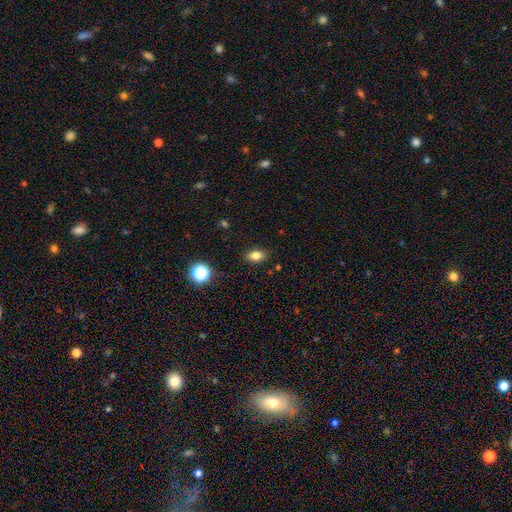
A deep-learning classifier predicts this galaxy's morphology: smooth 81%, star or artifact 11%, featured or disk 8%. Down the decision tree: how rounded — in between (83%); merging — none (87%).